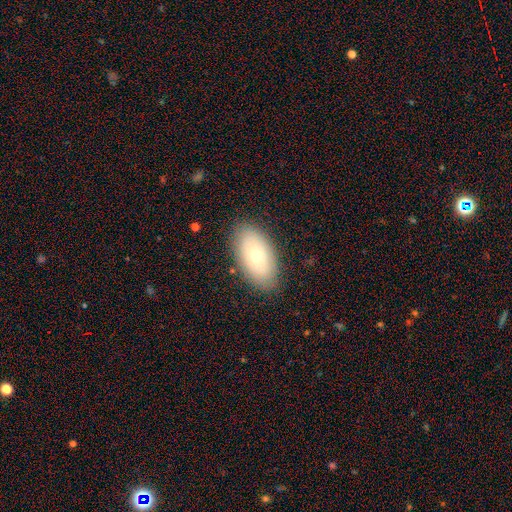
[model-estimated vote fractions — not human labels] Overall: smooth (66%). How rounded: in between (93%). Merging: none (86%).